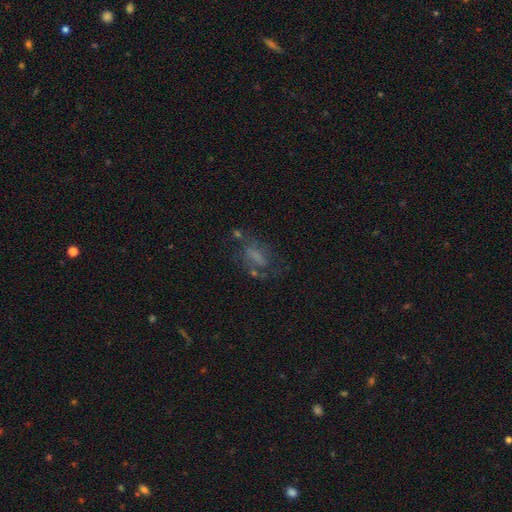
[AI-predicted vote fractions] Overall: featured or disk (44%; smooth 37%). Merging: none (47%; major disturbance 25%).